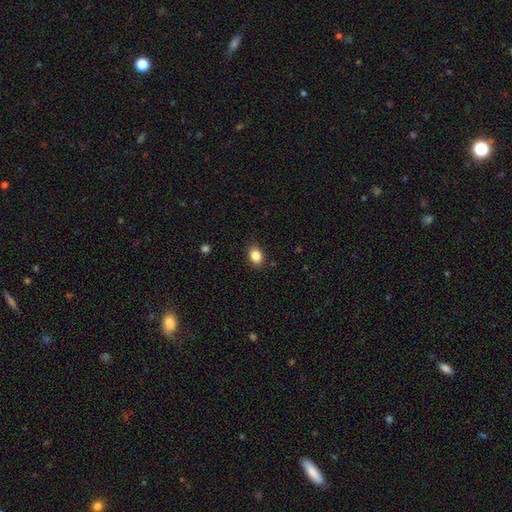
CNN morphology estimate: Smooth or featured? Predicted: smooth (p=0.85). How rounded? Predicted: in between (p=0.59). Merging? Predicted: none (p=0.87).